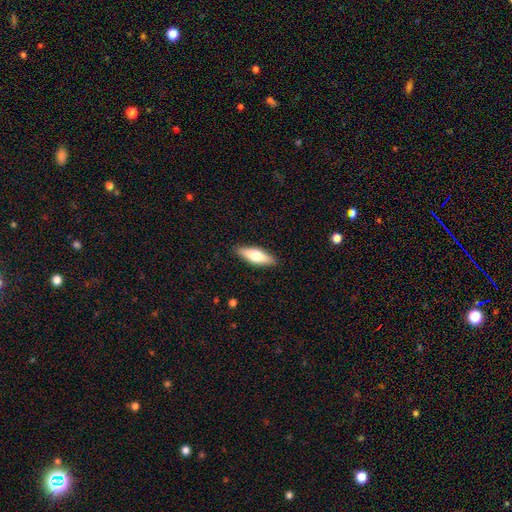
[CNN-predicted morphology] A smooth galaxy with no disk features (66%) that is in between round and cigar-shaped (51%).

Vote fractions:
- Smooth or featured? smooth: 66% / featured or disk: 29% / star or artifact: 6%
- How rounded? in between: 51% / cigar-shaped: 47% / round: 2%
- Merging? none: 88% / minor disturbance: 9% / major disturbance: 2% / merger: 1%